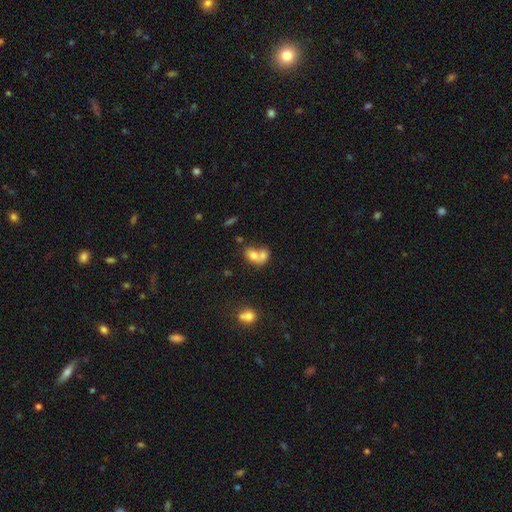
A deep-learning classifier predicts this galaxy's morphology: smooth-or-featured: smooth: 70% | featured or disk: 19% | star or artifact: 10%
  how-rounded: in between: 70% | round: 28% | cigar-shaped: 2%
  merging: merger: 70% | none: 19% | minor disturbance: 7% | major disturbance: 5%